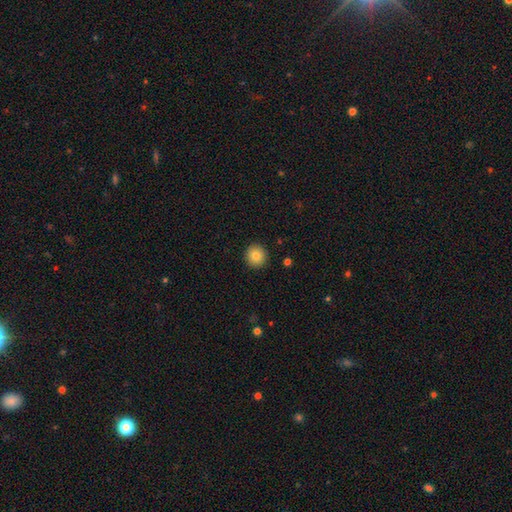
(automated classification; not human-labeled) A smooth galaxy with no disk features (83%) that is round (94%). Merging: none (92%).